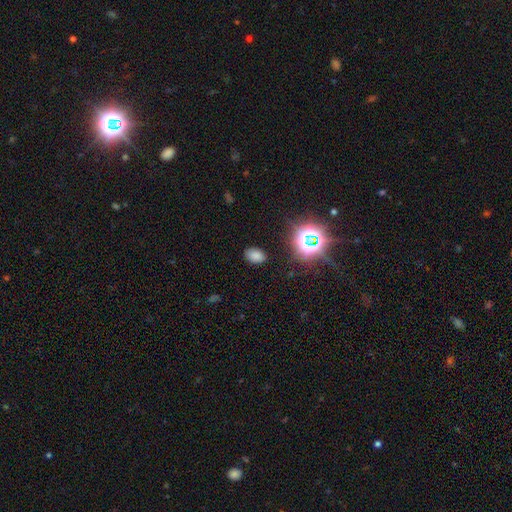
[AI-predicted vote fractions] Q: Smooth or featured?
A: smooth (72%); runner-up: star or artifact (22%)
Q: How rounded?
A: in between (84%); runner-up: round (15%)
Q: Merging?
A: none (84%); runner-up: minor disturbance (11%)